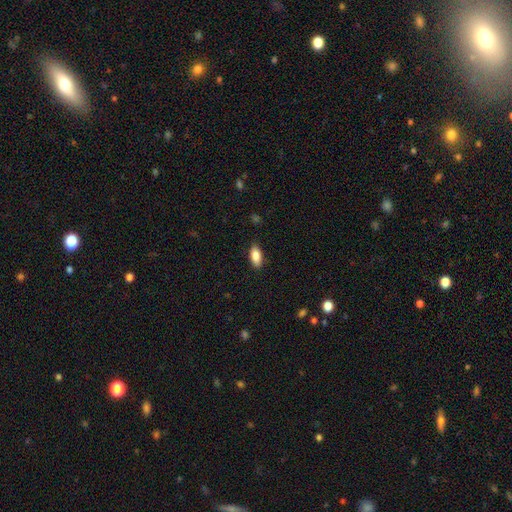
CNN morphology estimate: This appears to be a smooth galaxy with no disk features (84%) that is in between round and cigar-shaped (87%). Merging: none (87%).